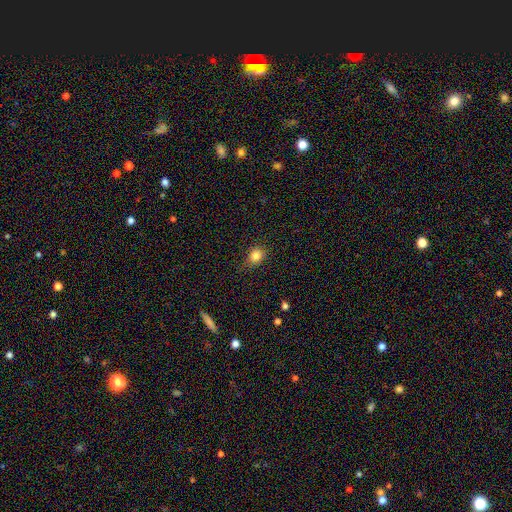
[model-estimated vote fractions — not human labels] Smooth or featured: smooth — 82% (star or artifact — 12%)
How rounded: round — 61% (in between — 37%)
Merging: none — 79% (minor disturbance — 17%)